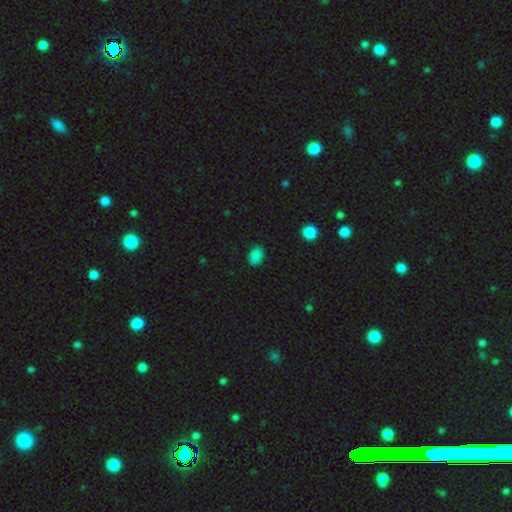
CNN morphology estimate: Smooth or featured? Predicted: smooth (p=0.85). How rounded? Predicted: in between (p=0.78). Merging? Predicted: none (p=0.85).